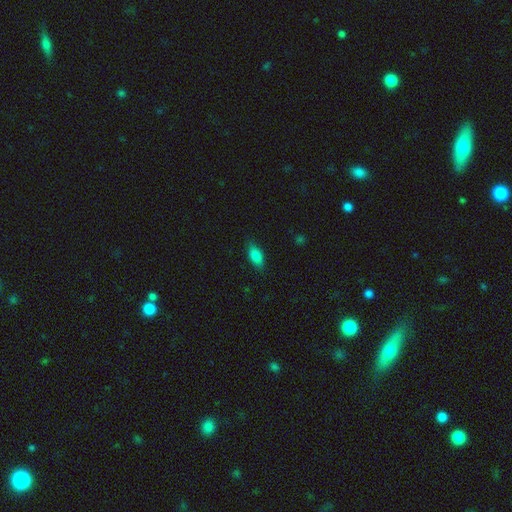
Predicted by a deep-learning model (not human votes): The model was most divided on "merging": none: 81%, minor disturbance: 15%, major disturbance: 3%, merger: 1%. More confident: how rounded — in between (86%); smooth or featured — smooth (83%).